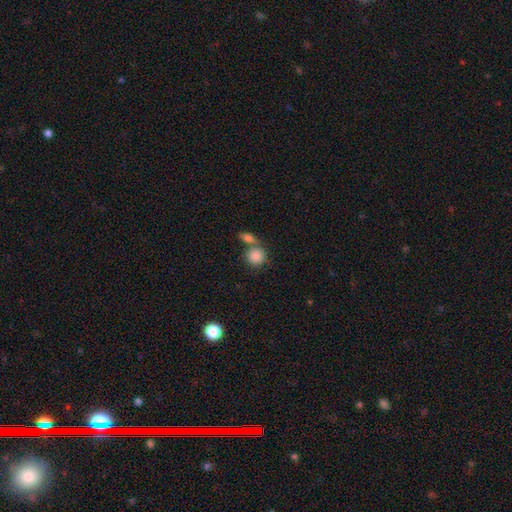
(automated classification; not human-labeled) Smooth or featured? smooth (86%)
How rounded? round (83%)
Merging? none (47%)